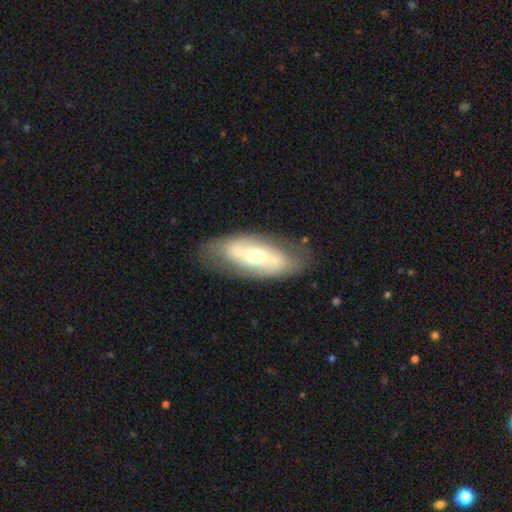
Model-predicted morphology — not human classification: This is likely a featured or disk galaxy (63%). It is clearly not viewed edge-on (85%). Bar: marginally no (44%). Spiral arm pattern: likely yes (63%). Central bulge: likely moderate (62%). Merging: likely none (78%).